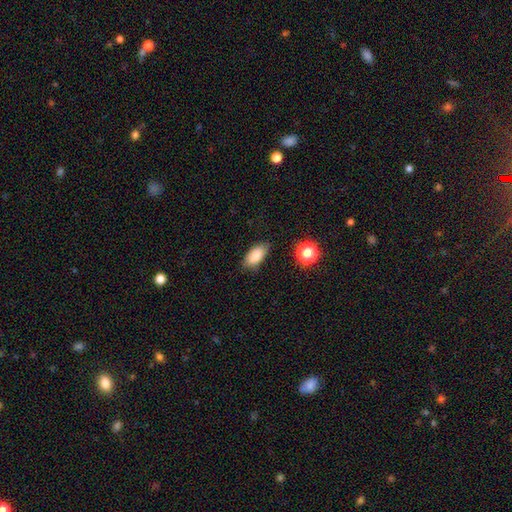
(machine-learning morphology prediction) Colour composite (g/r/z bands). It shows a smooth galaxy with no disk features (84%) that is in between round and cigar-shaped (89%). Merging: none (81%).